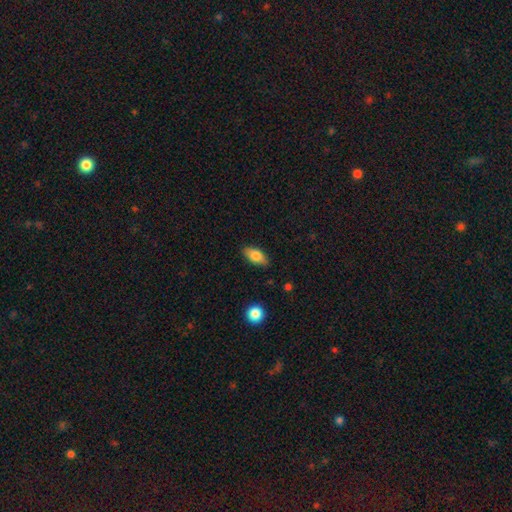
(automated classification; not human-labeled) Q: Smooth or featured?
A: smooth (78%); runner-up: featured or disk (15%)
Q: How rounded?
A: in between (87%); runner-up: cigar-shaped (8%)
Q: Merging?
A: none (84%); runner-up: minor disturbance (12%)